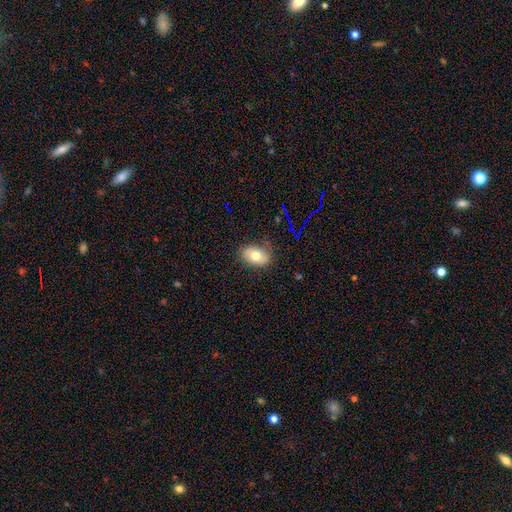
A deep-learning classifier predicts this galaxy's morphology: Overall: smooth (72%). How rounded: in between (83%). Merging: none (78%).